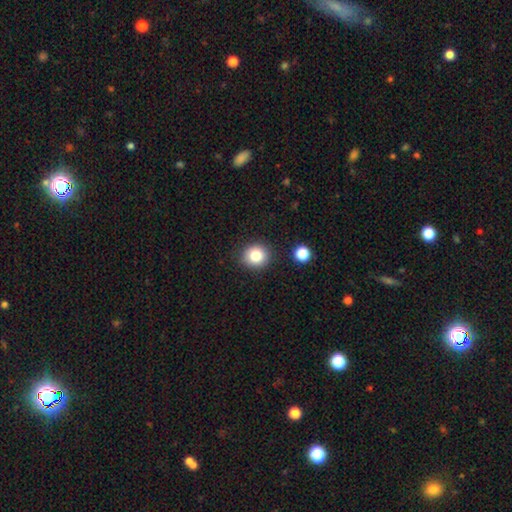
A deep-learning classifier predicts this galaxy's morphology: The model was most divided on "how rounded": round: 84%, in between: 15%, cigar-shaped: 1%. More confident: merging — none (87%); smooth or featured — smooth (82%).